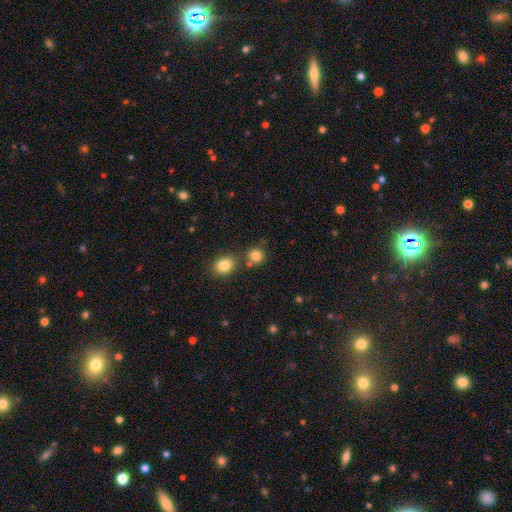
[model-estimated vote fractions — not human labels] Smooth or featured: smooth — 82% (star or artifact — 12%)
How rounded: round — 85% (in between — 14%)
Merging: none — 70% (merger — 18%)